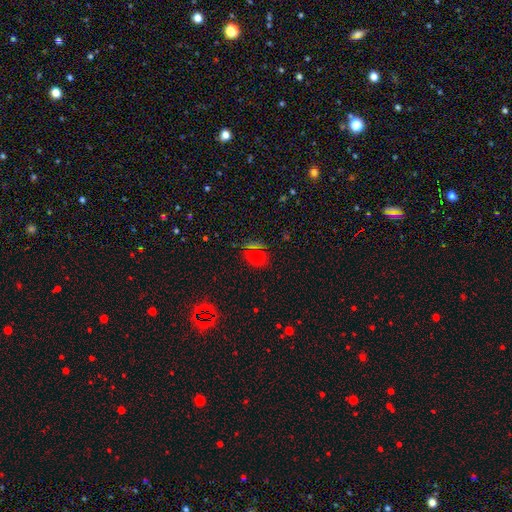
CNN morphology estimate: smooth-or-featured: smooth: 67% | star or artifact: 23% | featured or disk: 10%
  how-rounded: round: 51% | in between: 47% | cigar-shaped: 2%
  merging: none: 77% | minor disturbance: 15% | major disturbance: 4% | merger: 4%